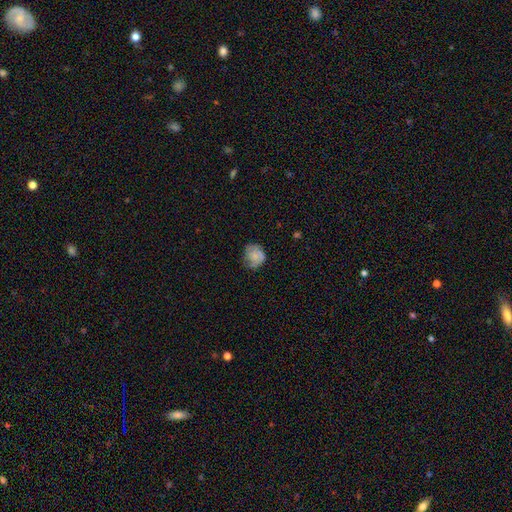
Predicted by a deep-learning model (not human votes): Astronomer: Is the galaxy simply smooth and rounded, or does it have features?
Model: smooth — 63%.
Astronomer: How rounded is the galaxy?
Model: round — 75%.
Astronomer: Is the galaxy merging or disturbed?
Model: none — 61%.